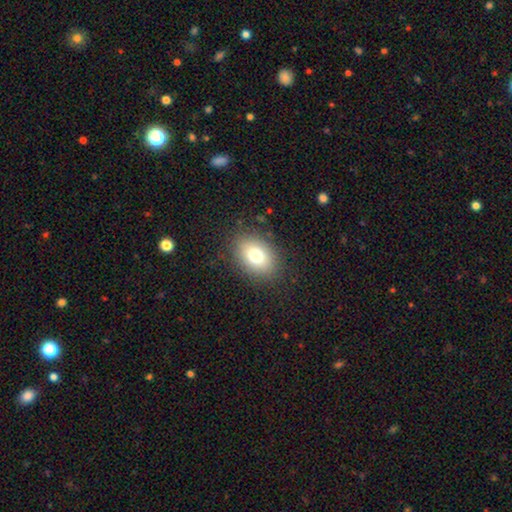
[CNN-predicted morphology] This is likely a smooth galaxy (76%). How rounded: likely in between (72%). Merging: clearly none (85%).